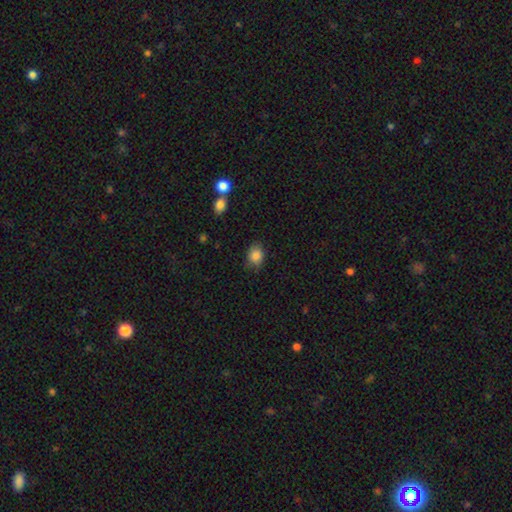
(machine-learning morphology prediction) A smooth galaxy with no disk features (85%) that is in between round and cigar-shaped (55%).

Vote fractions:
- Smooth or featured? smooth: 85% / star or artifact: 9% / featured or disk: 6%
- How rounded? in between: 55% / round: 43% / cigar-shaped: 1%
- Merging? none: 74% / minor disturbance: 20% / major disturbance: 4% / merger: 2%